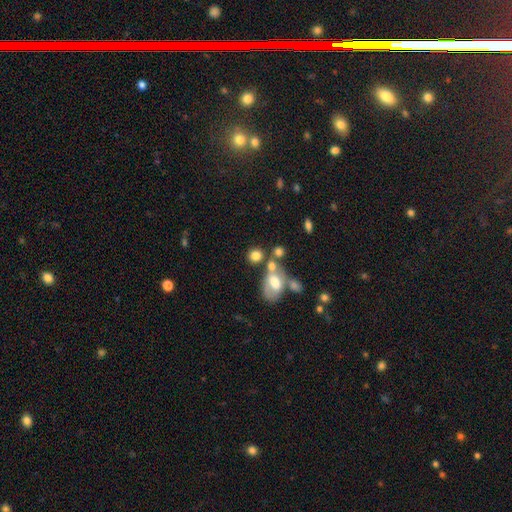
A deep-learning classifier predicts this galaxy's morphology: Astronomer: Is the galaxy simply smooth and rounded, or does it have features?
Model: smooth — 73%.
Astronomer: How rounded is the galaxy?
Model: round — 65%.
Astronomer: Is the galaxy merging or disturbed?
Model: none — 48% (runner-up: merger, 32%).